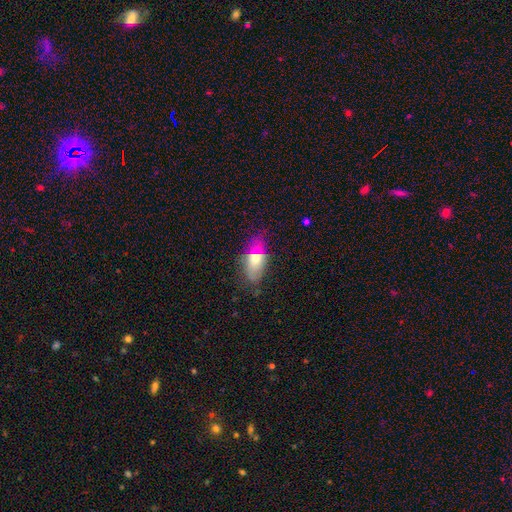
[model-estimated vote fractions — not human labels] smooth 65%, featured or disk 25%, star or artifact 10%. Down the decision tree: how rounded — in between (82%); merging — none (66%).